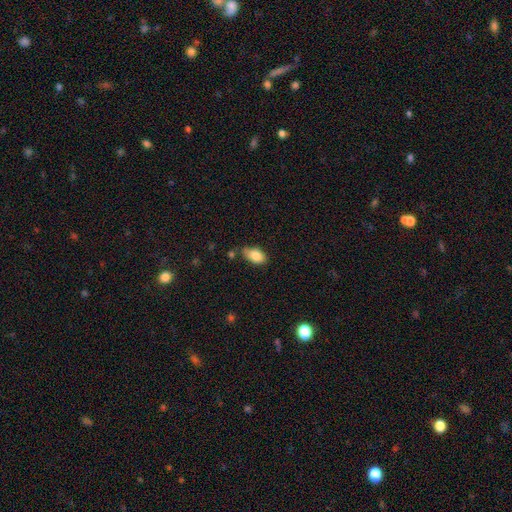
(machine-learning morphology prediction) A smooth galaxy with no disk features (84%) that is in between round and cigar-shaped (92%).

Vote fractions:
- Smooth or featured? smooth: 84% / featured or disk: 8% / star or artifact: 8%
- How rounded? in between: 92% / round: 6% / cigar-shaped: 2%
- Merging? none: 63% / minor disturbance: 25% / merger: 7% / major disturbance: 5%